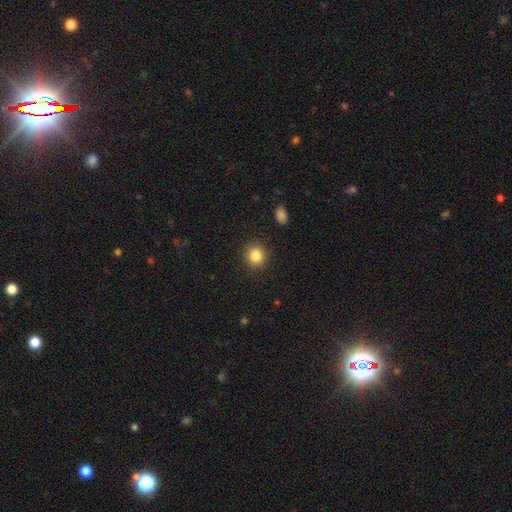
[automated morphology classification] This appears to be a smooth galaxy with no disk features (85%) that is round (87%). Merging: none (90%).